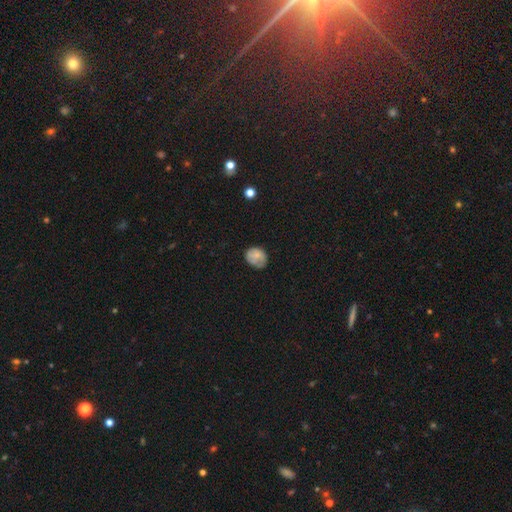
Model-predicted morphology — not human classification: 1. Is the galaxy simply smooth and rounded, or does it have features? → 69% smooth, 21% featured or disk, 10% star or artifact.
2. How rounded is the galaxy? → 54% round, 45% in between, 1% cigar-shaped.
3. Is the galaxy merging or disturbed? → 59% none, 29% minor disturbance, 9% major disturbance, 2% merger.